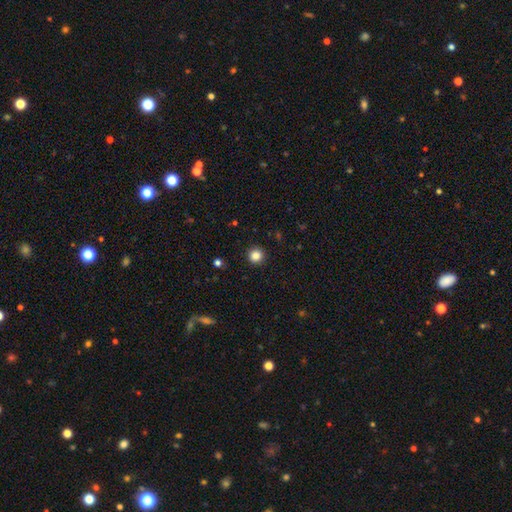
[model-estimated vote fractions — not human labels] Smooth or featured?
  - smooth: 85% *
  - star or artifact: 11%
  - featured or disk: 4%
How rounded?
  - round: 95% *
  - in between: 4%
  - cigar-shaped: 1%
Merging?
  - none: 92% *
  - minor disturbance: 5%
  - major disturbance: 2%
  - merger: 1%